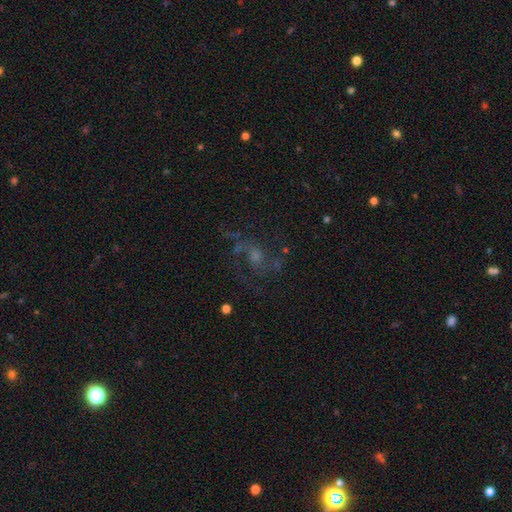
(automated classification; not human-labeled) Smooth or featured: featured or disk — 61% (star or artifact — 21%)
Edge-on disk: no — 96% (yes — 4%)
Bar: no — 68% (weak — 27%)
Spiral arms: yes — 78% (no — 22%)
Bulge size: moderate — 38% (small — 36%)
Merging: none — 57% (major disturbance — 22%)